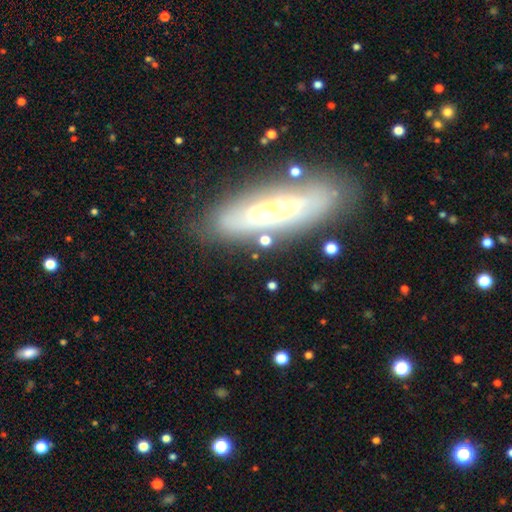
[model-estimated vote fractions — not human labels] This appears to be a featured or disk galaxy (65%). Merging: none (73%).